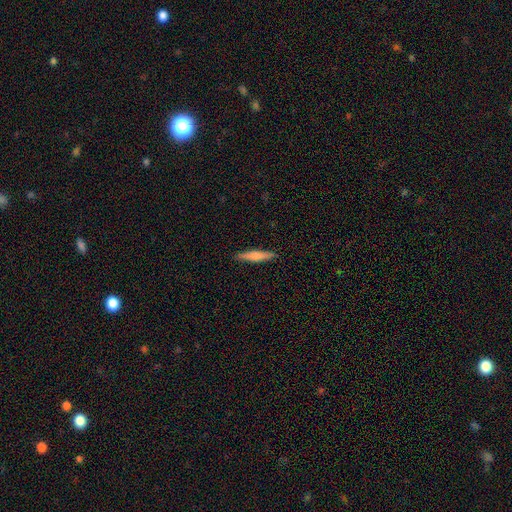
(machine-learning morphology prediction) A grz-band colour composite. It shows a smooth galaxy with no disk features (65%) that is cigar-shaped (90%). Merging: none (90%).